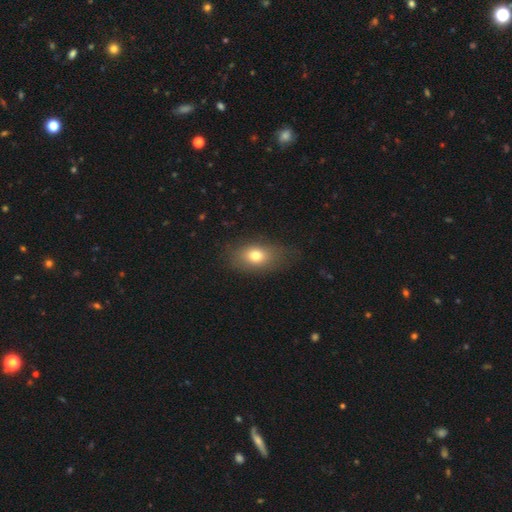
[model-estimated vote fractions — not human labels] Smooth or featured? smooth (75%)
How rounded? in between (77%)
Merging? none (76%)